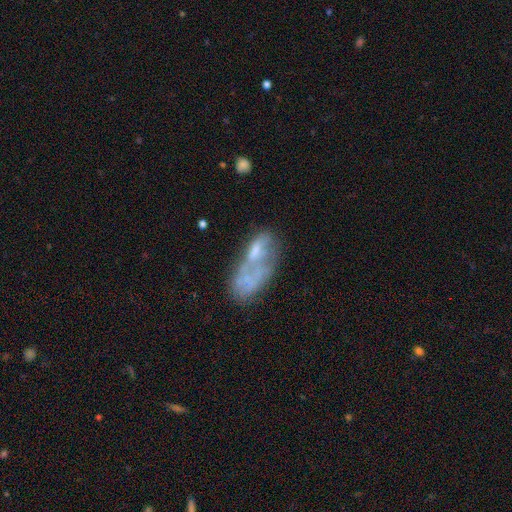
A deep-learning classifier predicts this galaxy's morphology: A featured or disk galaxy (47%).

Vote fractions:
- Smooth or featured? featured or disk: 47% / smooth: 42% / star or artifact: 10%
- Merging? none: 29% / merger: 28% / major disturbance: 22% / minor disturbance: 20%